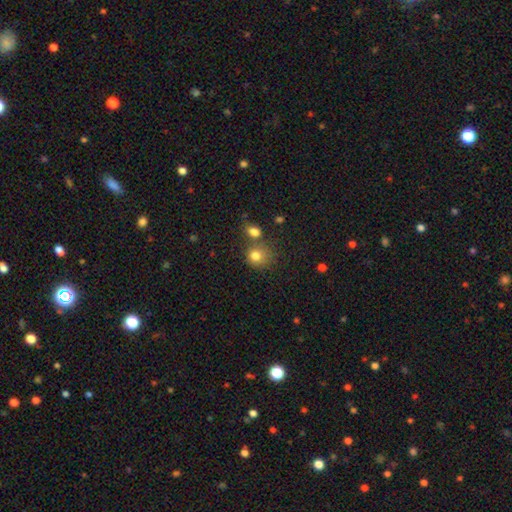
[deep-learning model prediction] This is likely a smooth galaxy (80%). How rounded: likely round (77%). Merging: possibly none (56%).